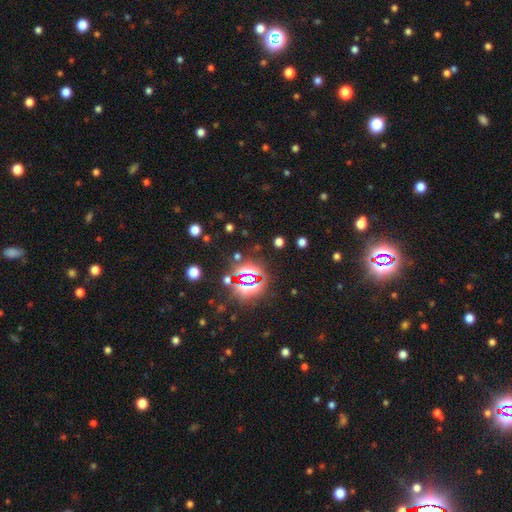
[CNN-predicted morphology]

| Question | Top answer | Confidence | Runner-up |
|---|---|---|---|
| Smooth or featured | star or artifact | 83% | smooth (11%) |